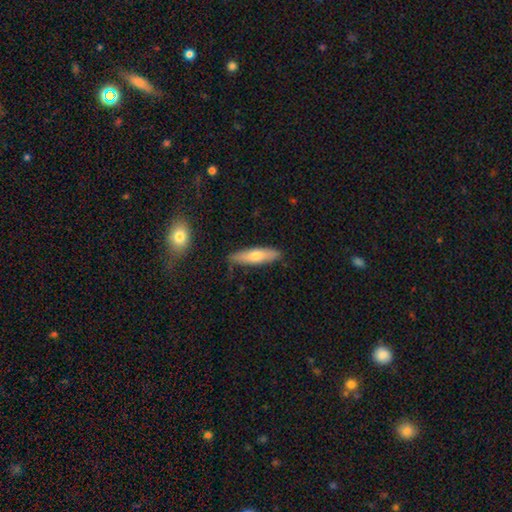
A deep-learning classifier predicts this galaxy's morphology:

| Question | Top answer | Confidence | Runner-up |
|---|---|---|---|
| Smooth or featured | smooth | 64% | featured or disk (30%) |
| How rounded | cigar-shaped | 74% | in between (25%) |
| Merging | none | 83% | minor disturbance (13%) |